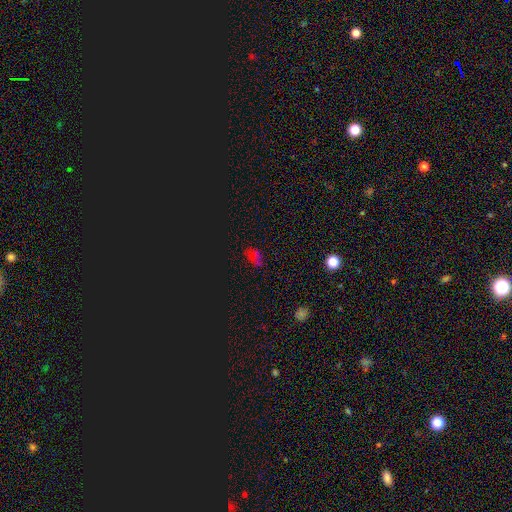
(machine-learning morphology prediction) star or artifact 59%, smooth 33%, featured or disk 8%.